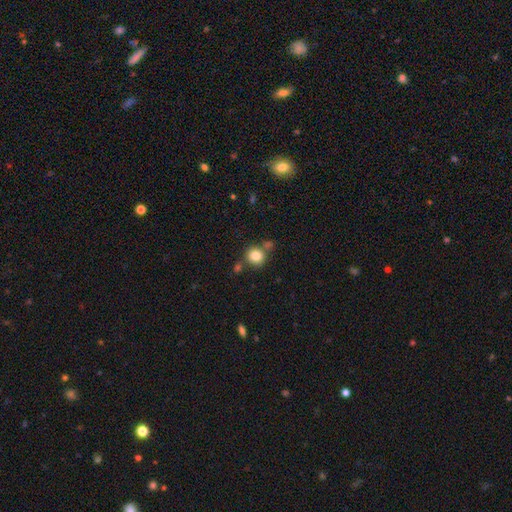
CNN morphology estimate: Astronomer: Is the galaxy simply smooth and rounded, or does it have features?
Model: smooth — 83%.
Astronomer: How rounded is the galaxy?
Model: round — 86%.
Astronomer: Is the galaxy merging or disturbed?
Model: none — 69%.